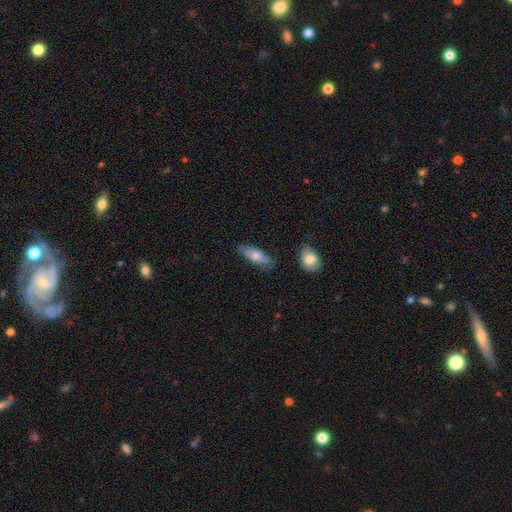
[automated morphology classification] The model was most divided on "how rounded": in between: 65%, cigar-shaped: 32%, round: 3%. More confident: merging — none (75%); smooth or featured — smooth (66%).